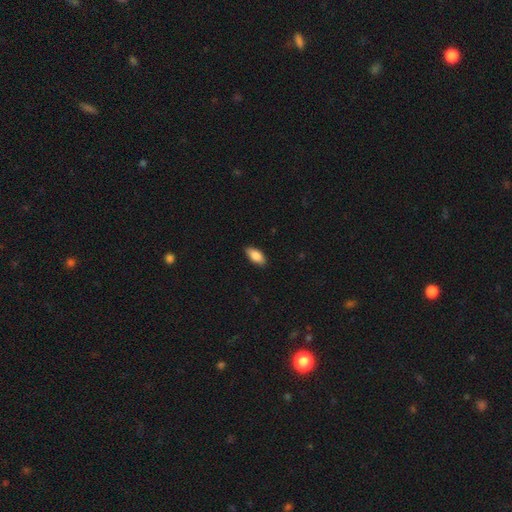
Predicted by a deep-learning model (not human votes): Smooth or featured? Predicted: smooth (p=0.86). How rounded? Predicted: in between (p=0.90). Merging? Predicted: none (p=0.85).